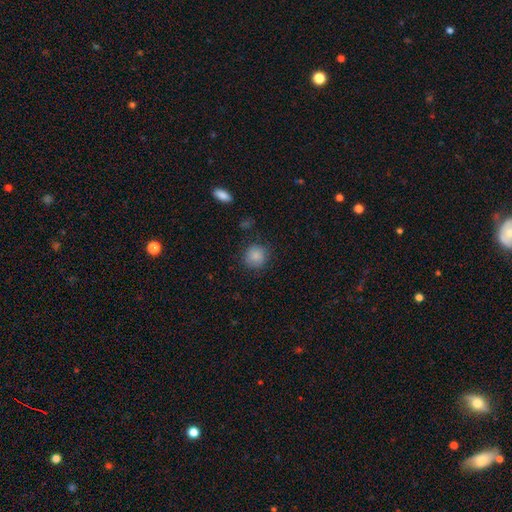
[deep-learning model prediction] smooth-or-featured: smooth: 86% | star or artifact: 9% | featured or disk: 5%
  how-rounded: round: 90% | in between: 9% | cigar-shaped: 1%
  merging: none: 83% | minor disturbance: 12% | major disturbance: 4% | merger: 2%